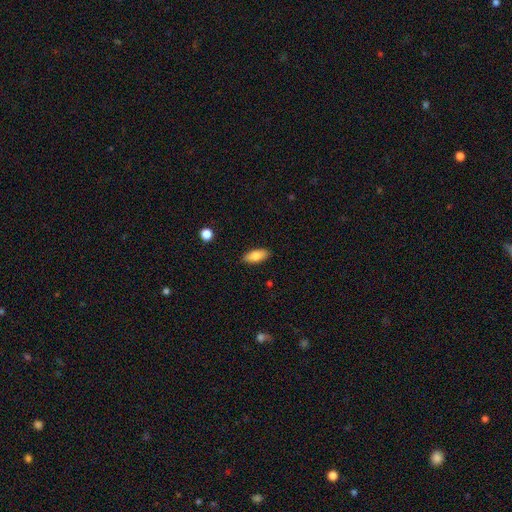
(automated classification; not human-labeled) Morphology: type=smooth (80%); roundness=in between (84%); merging=none (87%).